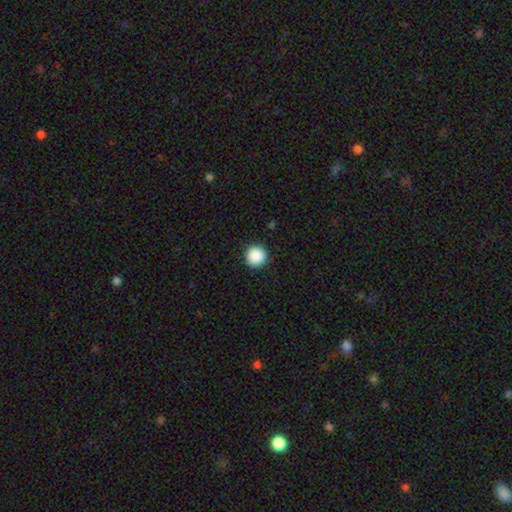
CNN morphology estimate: Q: Smooth or featured?
A: smooth (89%); runner-up: star or artifact (9%)
Q: How rounded?
A: round (95%); runner-up: in between (4%)
Q: Merging?
A: none (91%); runner-up: minor disturbance (6%)